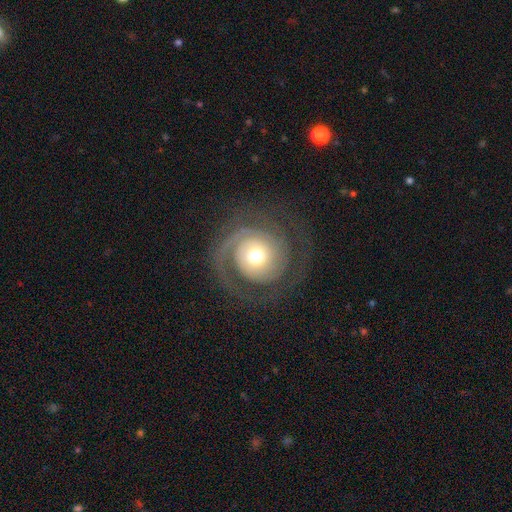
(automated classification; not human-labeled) This is clearly a featured or disk galaxy (84%). It is clearly not viewed edge-on (98%). Bar: likely no (74%). Spiral arm pattern: clearly yes (96%). Spiral arm count: possibly 2 (57%). Spiral winding: possibly tight (59%). Central bulge: likely moderate (62%). Merging: likely none (73%).